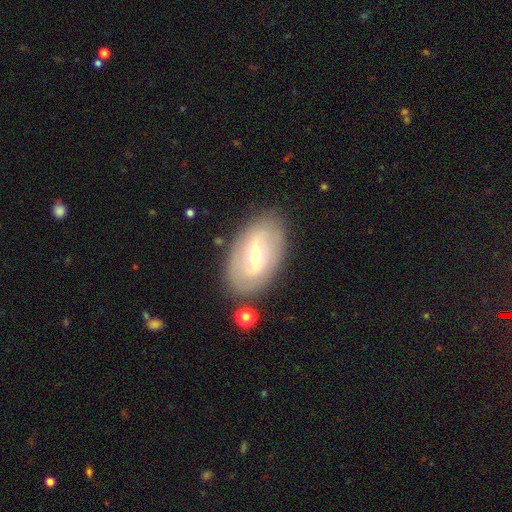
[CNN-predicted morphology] A featured or disk galaxy (64%) with a weak bar (51%), spiral arms (62%) and a moderate central bulge (49%).

Vote fractions:
- Smooth or featured? featured or disk: 64% / smooth: 29% / star or artifact: 7%
- Edge-on disk? no: 92% / yes: 8%
- Bar? weak: 51% / strong: 31% / no: 18%
- Spiral arms? yes: 62% / no: 38%
- Bulge size? moderate: 49% / small: 46% / large: 2% / none: 1% / dominant: 1%
- Merging? none: 82% / minor disturbance: 12% / major disturbance: 4% / merger: 2%